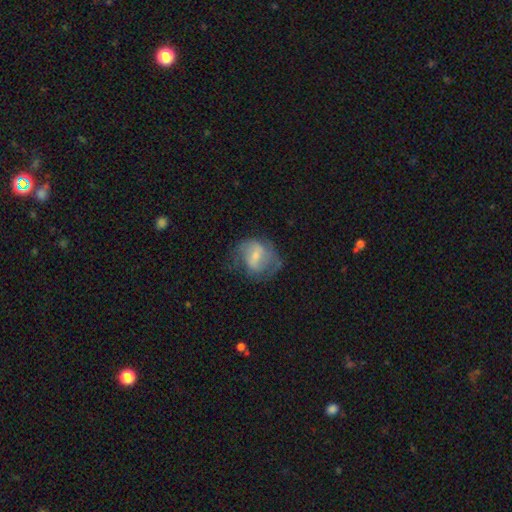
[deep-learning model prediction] Overall: featured or disk (58%; smooth 34%). Edge-on disk: no (97%). Bar: weak (49%; no 26%). Spiral arms: yes (72%). Bulge size: small (52%; moderate 33%). Merging: none (50%; minor disturbance 26%).